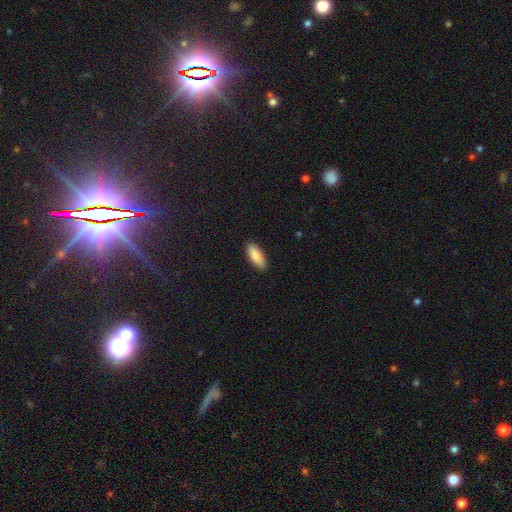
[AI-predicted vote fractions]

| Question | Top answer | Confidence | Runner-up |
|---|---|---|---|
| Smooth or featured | smooth | 89% | star or artifact (6%) |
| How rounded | in between | 78% | cigar-shaped (21%) |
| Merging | none | 90% | minor disturbance (8%) |